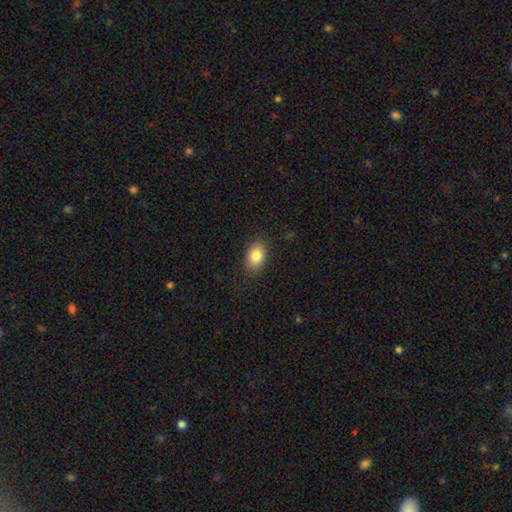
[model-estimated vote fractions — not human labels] Morphology: type=smooth (83%); roundness=in between (81%); merging=none (83%).